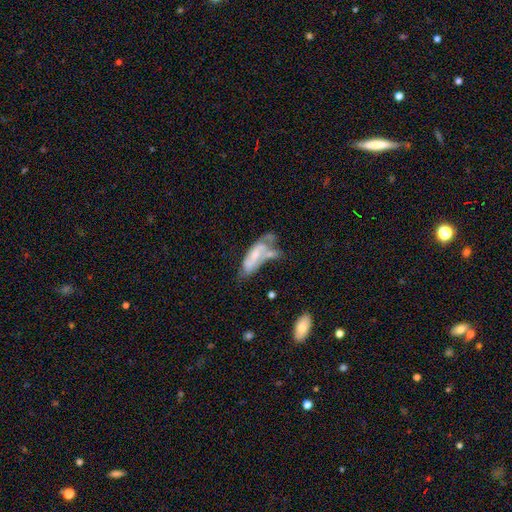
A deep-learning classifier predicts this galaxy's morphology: Overall: featured or disk (52%; smooth 40%). Edge-on disk: no (87%). Merging: merger (34%; major disturbance 25%).